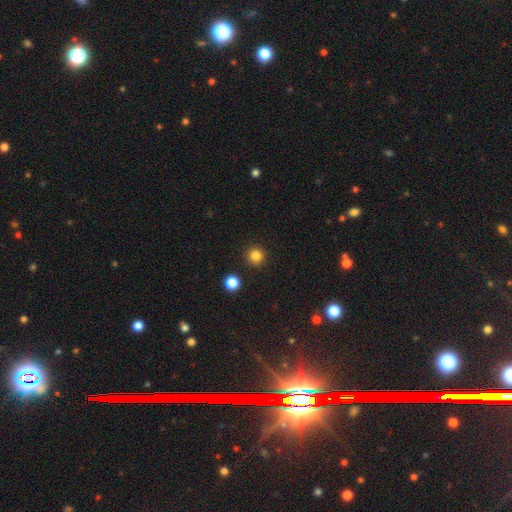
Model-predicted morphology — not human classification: Smooth or featured? smooth (83%)
How rounded? round (94%)
Merging? none (91%)